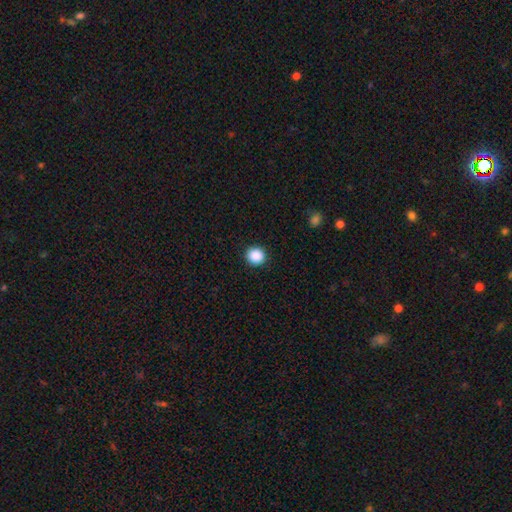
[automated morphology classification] type=smooth (89%); roundness=round (89%); merging=none (92%).